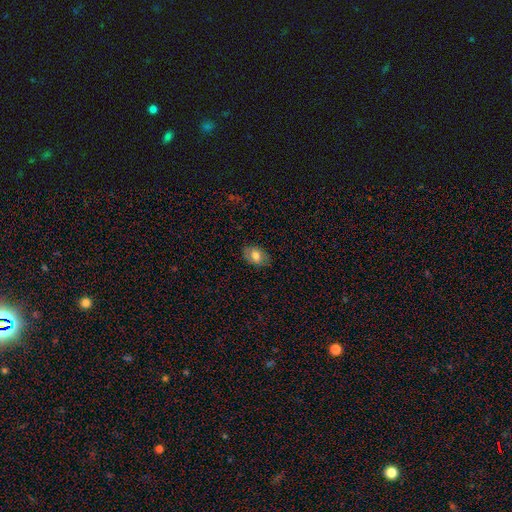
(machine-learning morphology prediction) Smooth or featured: smooth — 76% (featured or disk — 17%)
How rounded: in between — 84% (round — 15%)
Merging: none — 83% (minor disturbance — 13%)